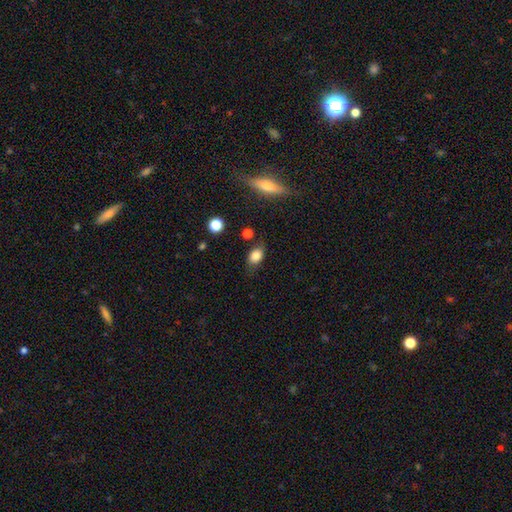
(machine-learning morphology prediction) smooth_or_featured: smooth (p=0.82) [alt: star or artifact p=0.09]
how_rounded: in between (p=0.77) [alt: round p=0.20]
merging: none (p=0.74) [alt: minor disturbance p=0.19]